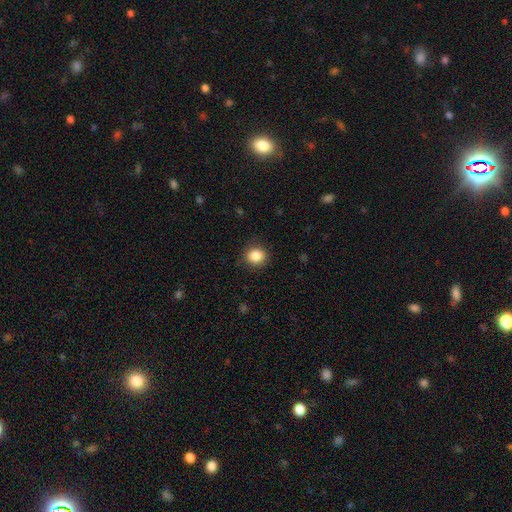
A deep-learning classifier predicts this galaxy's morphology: A smooth galaxy with no disk features (86%) that is round (82%). Merging: none (86%).